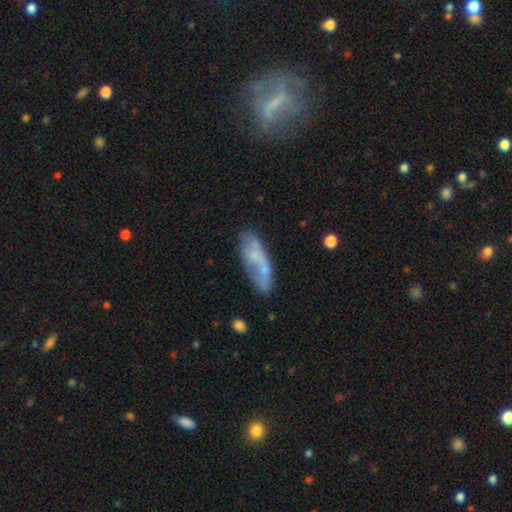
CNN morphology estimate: Overall: smooth (51%; featured or disk 41%). How rounded: in between (62%; cigar-shaped 35%). Merging: none (43%; minor disturbance 24%).